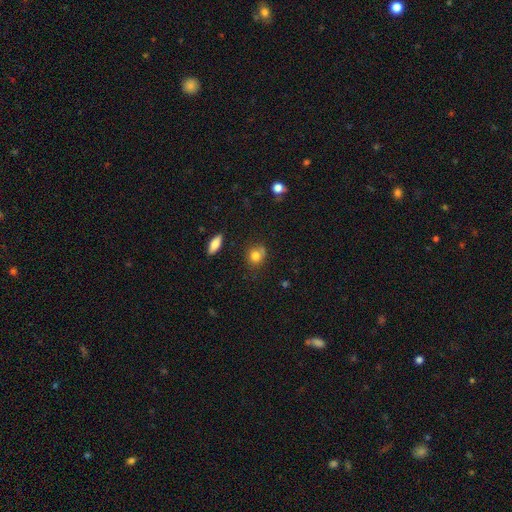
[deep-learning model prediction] Smooth or featured? smooth (80%)
How rounded? round (71%)
Merging? none (61%)